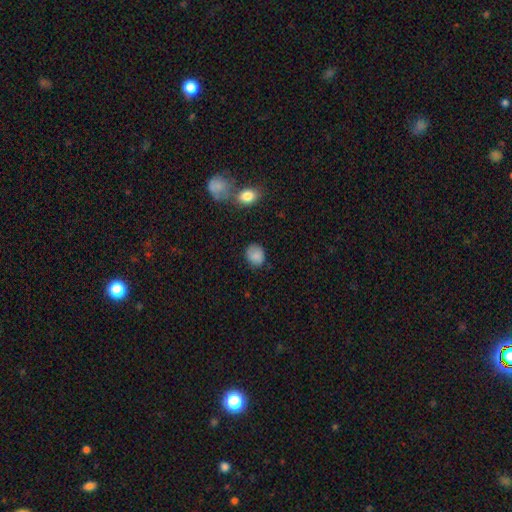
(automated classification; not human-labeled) Smooth or featured? Predicted: smooth (p=0.85). How rounded? Predicted: round (p=0.63). Merging? Predicted: none (p=0.74).